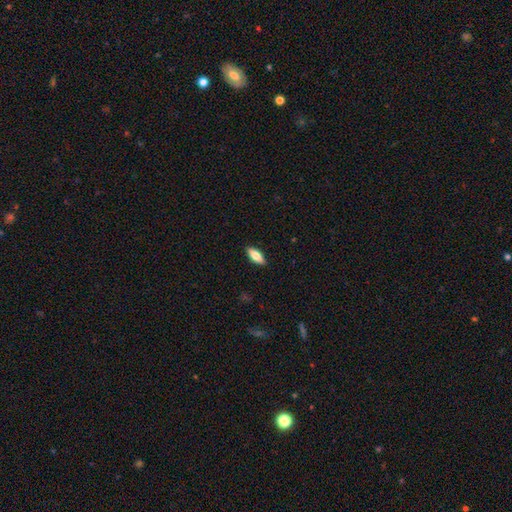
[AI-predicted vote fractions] A smooth galaxy with no disk features (73%) that is in between round and cigar-shaped (70%). Merging: none (90%).